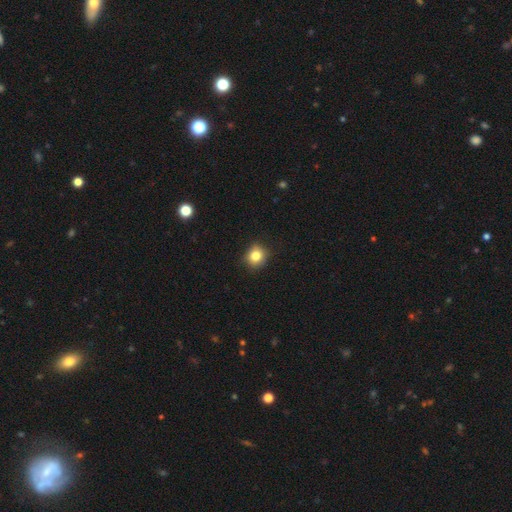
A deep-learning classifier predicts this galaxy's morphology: Overall: smooth (82%). How rounded: round (80%). Merging: none (87%).